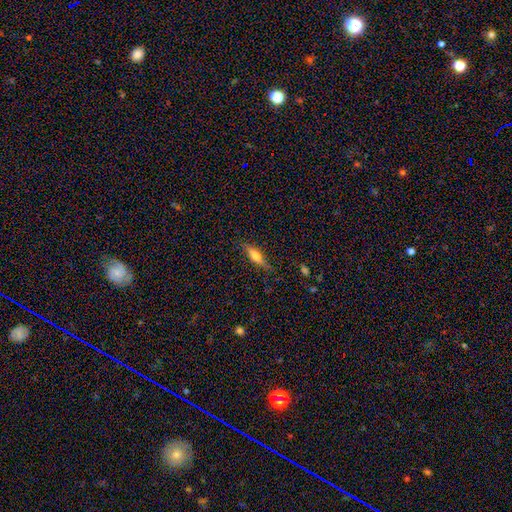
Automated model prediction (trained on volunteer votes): Q: Smooth or featured?
A: smooth (51%); runner-up: featured or disk (41%)
Q: How rounded?
A: cigar-shaped (68%); runner-up: in between (30%)
Q: Merging?
A: none (81%); runner-up: minor disturbance (15%)